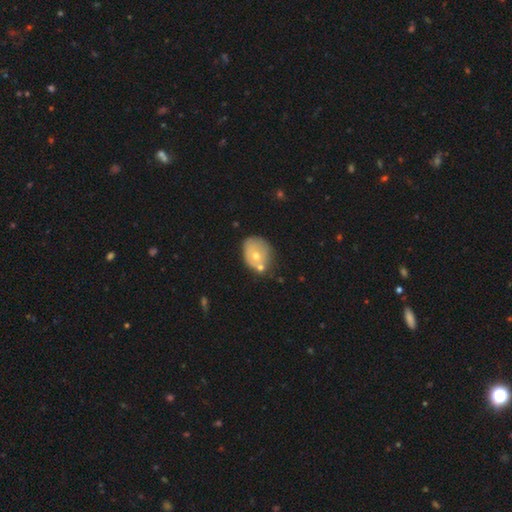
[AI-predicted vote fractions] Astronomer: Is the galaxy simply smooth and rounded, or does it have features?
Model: smooth — 54% (runner-up: featured or disk, 35%).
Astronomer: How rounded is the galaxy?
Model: in between — 50% (runner-up: round, 48%).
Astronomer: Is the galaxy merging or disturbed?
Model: none — 50%.